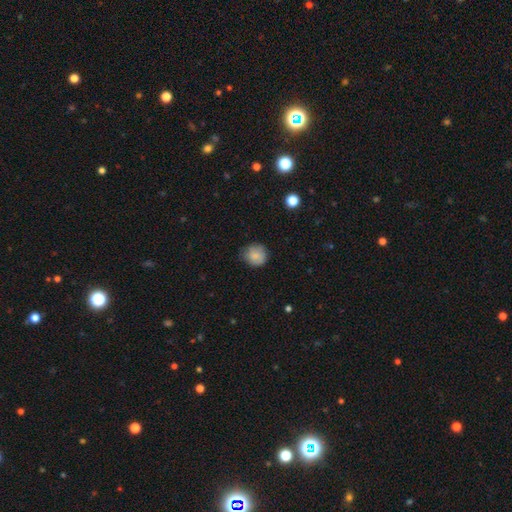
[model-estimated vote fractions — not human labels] Q: Smooth or featured?
A: smooth (83%); runner-up: featured or disk (9%)
Q: How rounded?
A: round (89%); runner-up: in between (10%)
Q: Merging?
A: none (76%); runner-up: minor disturbance (19%)